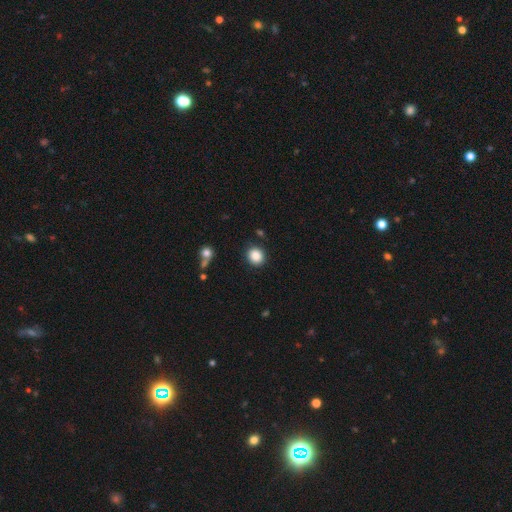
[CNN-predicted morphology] smooth 87%, star or artifact 9%, featured or disk 4%. Down the decision tree: how rounded — round (80%); merging — none (87%).